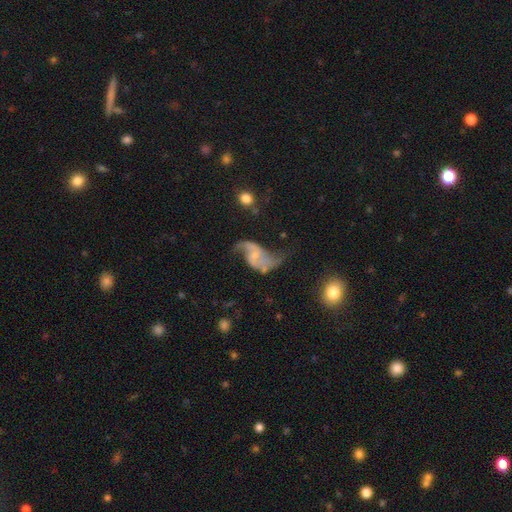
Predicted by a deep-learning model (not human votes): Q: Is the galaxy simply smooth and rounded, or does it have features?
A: featured or disk — 85%.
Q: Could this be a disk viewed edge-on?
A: no — 97%.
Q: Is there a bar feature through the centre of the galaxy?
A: no — 51%.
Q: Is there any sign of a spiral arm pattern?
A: yes — 94%.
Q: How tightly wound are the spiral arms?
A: loose — 80%.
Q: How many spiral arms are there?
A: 2 — 92%.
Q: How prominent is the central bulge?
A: small — 56%.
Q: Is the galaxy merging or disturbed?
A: none — 48%.